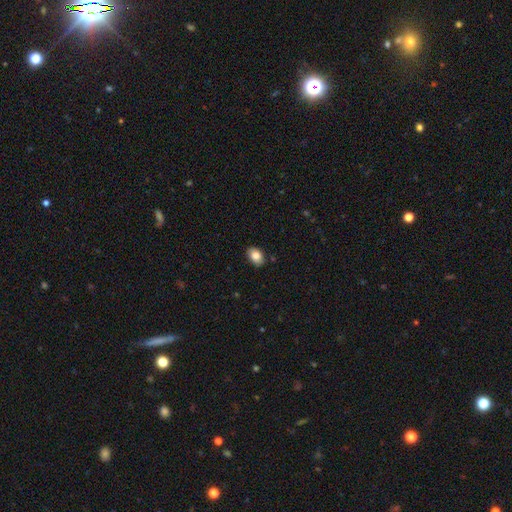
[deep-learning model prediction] Smooth or featured? Predicted: smooth (p=0.85). How rounded? Predicted: in between (p=0.83). Merging? Predicted: none (p=0.86).